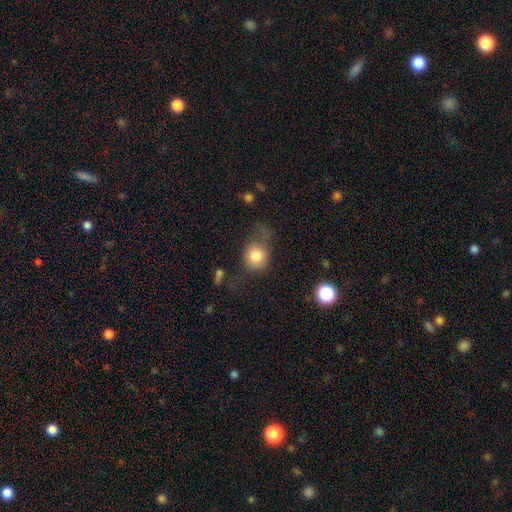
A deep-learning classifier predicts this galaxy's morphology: Smooth or featured: smooth — 79% (featured or disk — 13%)
How rounded: round — 76% (in between — 23%)
Merging: none — 39% (major disturbance — 31%)